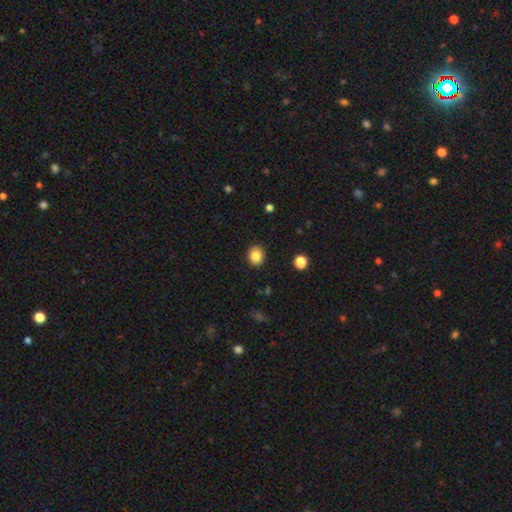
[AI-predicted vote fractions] A smooth galaxy with no disk features (85%) that is round (72%).

Vote fractions:
- Smooth or featured? smooth: 85% / star or artifact: 10% / featured or disk: 5%
- How rounded? round: 72% / in between: 27% / cigar-shaped: 1%
- Merging? none: 90% / minor disturbance: 7% / major disturbance: 2% / merger: 1%